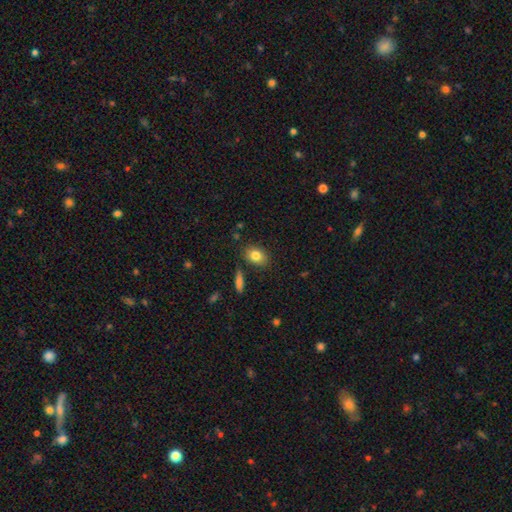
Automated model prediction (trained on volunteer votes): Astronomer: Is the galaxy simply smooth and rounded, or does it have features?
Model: smooth — 82%.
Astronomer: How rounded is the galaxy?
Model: in between — 75%.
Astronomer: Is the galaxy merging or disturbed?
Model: none — 83%.